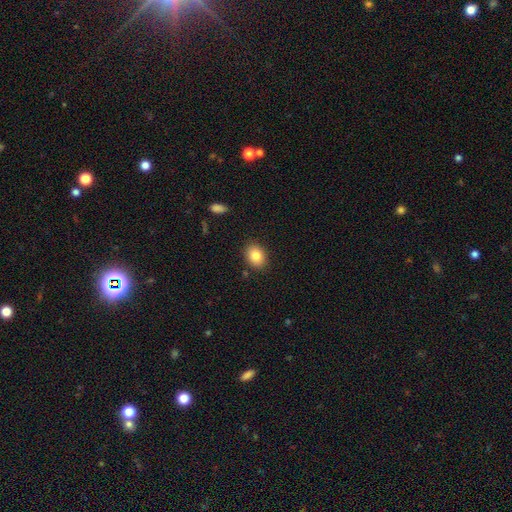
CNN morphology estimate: Smooth or featured?
  - smooth: 83% *
  - star or artifact: 9%
  - featured or disk: 8%
How rounded?
  - in between: 63% *
  - round: 36%
  - cigar-shaped: 1%
Merging?
  - none: 87% *
  - minor disturbance: 9%
  - major disturbance: 2%
  - merger: 2%